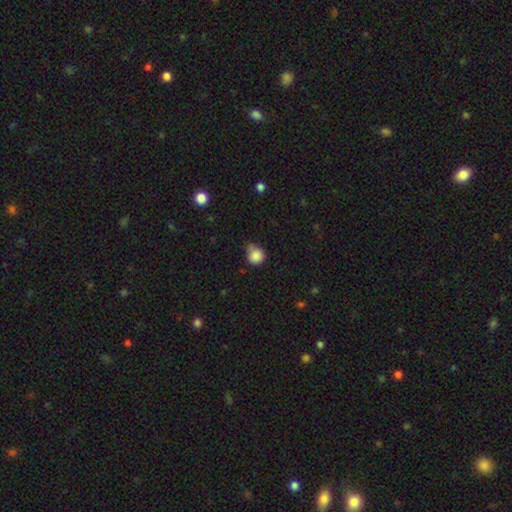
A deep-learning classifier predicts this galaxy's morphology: A smooth galaxy with no disk features (86%) that is round (85%). Merging: none (46%).